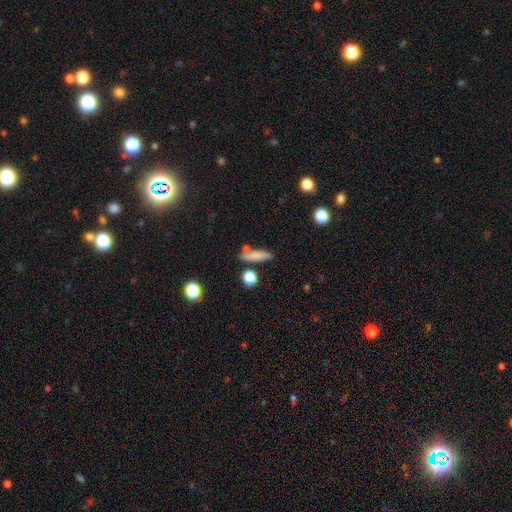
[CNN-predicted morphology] Smooth or featured?
  - smooth: 73% *
  - featured or disk: 17%
  - star or artifact: 9%
How rounded?
  - cigar-shaped: 72% *
  - in between: 24%
  - round: 4%
Merging?
  - none: 66% *
  - minor disturbance: 16%
  - merger: 14%
  - major disturbance: 5%